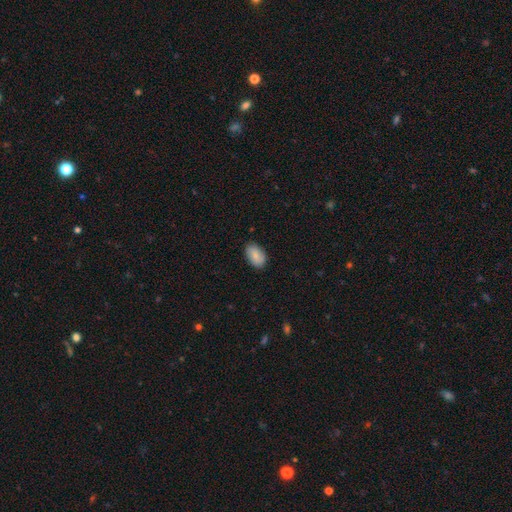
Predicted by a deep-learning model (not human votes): smooth-or-featured: smooth: 82% | featured or disk: 11% | star or artifact: 7%
  how-rounded: in between: 92% | round: 7% | cigar-shaped: 1%
  merging: none: 84% | minor disturbance: 12% | major disturbance: 2% | merger: 1%